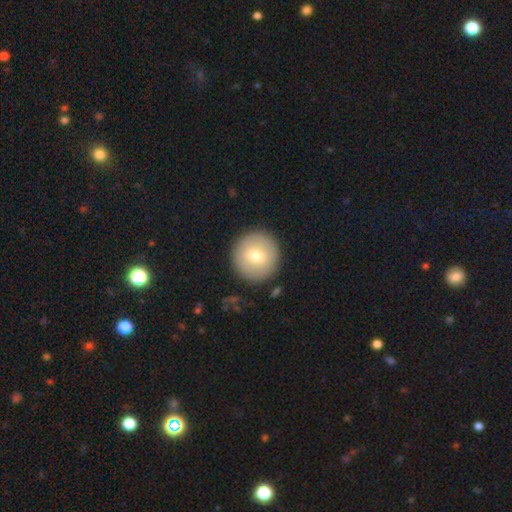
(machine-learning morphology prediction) A smooth galaxy with no disk features (73%) that is round (95%).

Vote fractions:
- Smooth or featured? smooth: 73% / featured or disk: 19% / star or artifact: 7%
- How rounded? round: 95% / in between: 4% / cigar-shaped: 1%
- Merging? none: 90% / minor disturbance: 6% / major disturbance: 2% / merger: 2%